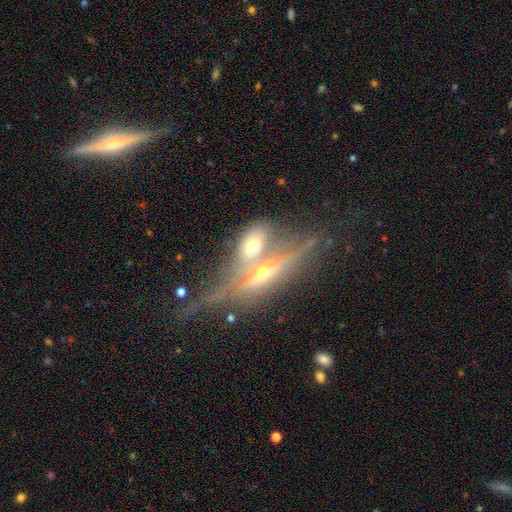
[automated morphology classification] A featured or disk galaxy (75%) viewed edge-on (79%) with a rounded central bulge (89%).

Vote fractions:
- Smooth or featured? featured or disk: 75% / smooth: 16% / star or artifact: 10%
- Edge-on disk? yes: 79% / no: 21%
- Edge-on bulge? rounded: 89% / none: 6% / boxy: 5%
- Merging? merger: 51% / none: 31% / minor disturbance: 10% / major disturbance: 7%